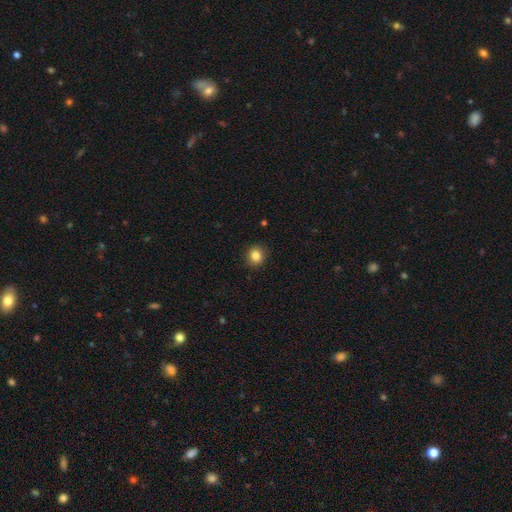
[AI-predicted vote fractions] Overall: smooth (85%). How rounded: round (84%). Merging: none (90%).